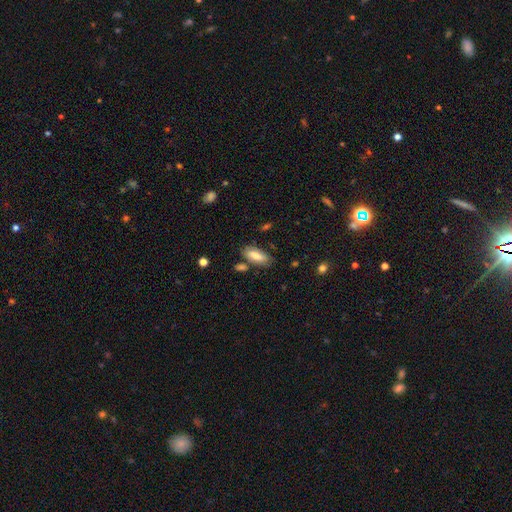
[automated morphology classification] A smooth galaxy with no disk features (77%) that is in between round and cigar-shaped (80%). Merging: none (73%).